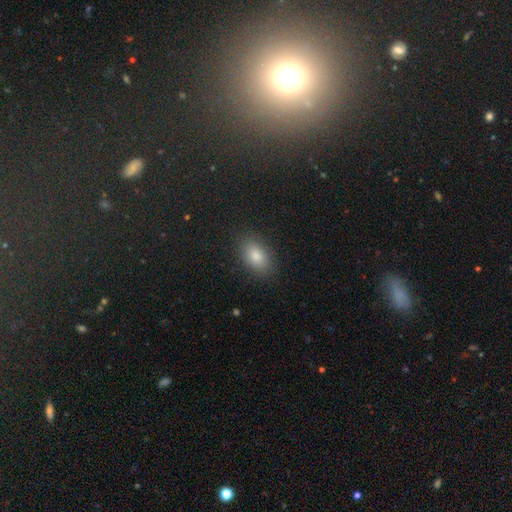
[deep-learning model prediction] Smooth or featured? Predicted: smooth (p=0.80). How rounded? Predicted: in between (p=0.87). Merging? Predicted: none (p=0.88).